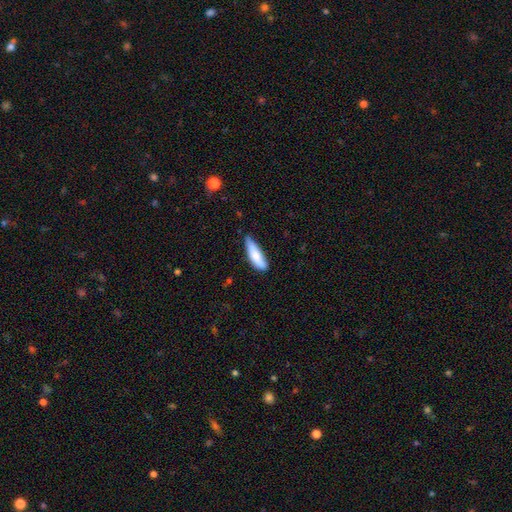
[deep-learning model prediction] smooth 80%, featured or disk 14%, star or artifact 6%. Down the decision tree: how rounded — cigar-shaped (54%); merging — none (55%).